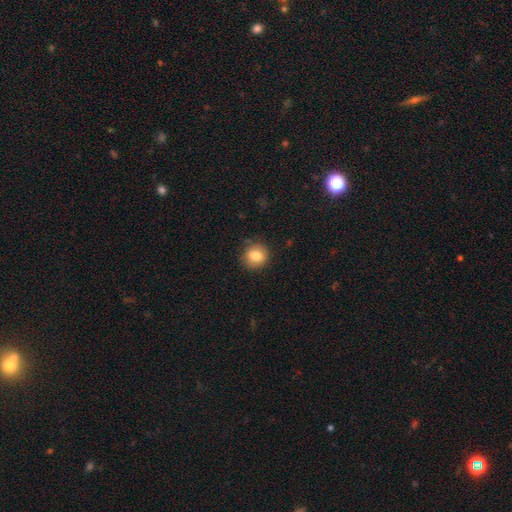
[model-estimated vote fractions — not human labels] This appears to be a smooth galaxy with no disk features (81%) that is round (84%). Merging: none (87%).